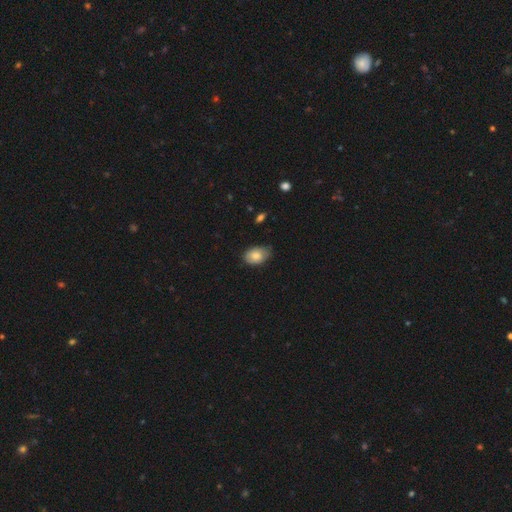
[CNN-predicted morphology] A smooth galaxy with no disk features (81%) that is in between round and cigar-shaped (84%). Merging: none (69%).